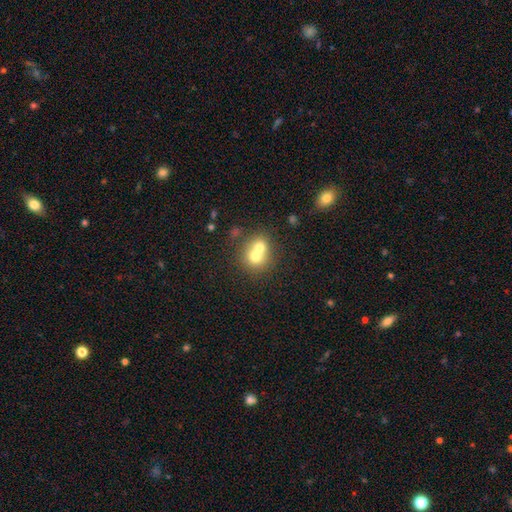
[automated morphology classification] Q: Smooth or featured?
A: smooth (66%); runner-up: featured or disk (23%)
Q: How rounded?
A: round (78%); runner-up: in between (21%)
Q: Merging?
A: merger (65%); runner-up: none (27%)